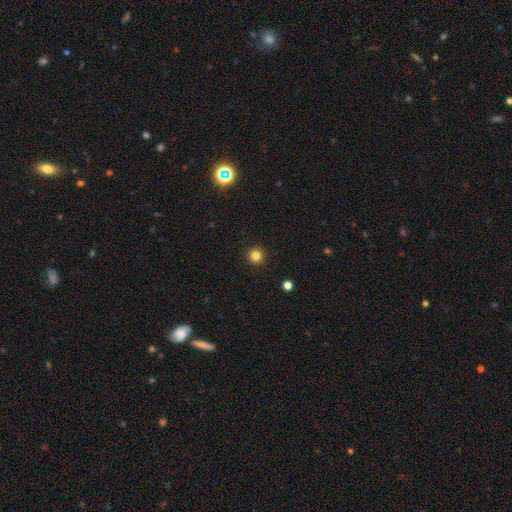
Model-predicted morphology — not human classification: smooth-or-featured: smooth: 82% | star or artifact: 13% | featured or disk: 5%
  how-rounded: round: 96% | in between: 3% | cigar-shaped: 1%
  merging: none: 93% | minor disturbance: 4% | major disturbance: 2% | merger: 1%